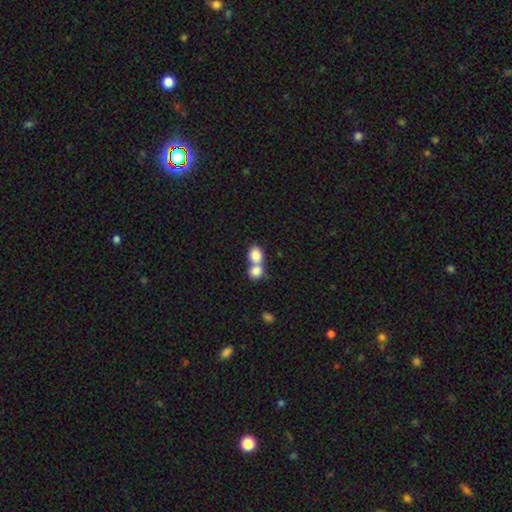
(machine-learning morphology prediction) Smooth or featured? smooth (84%)
How rounded? round (55%)
Merging? merger (68%)